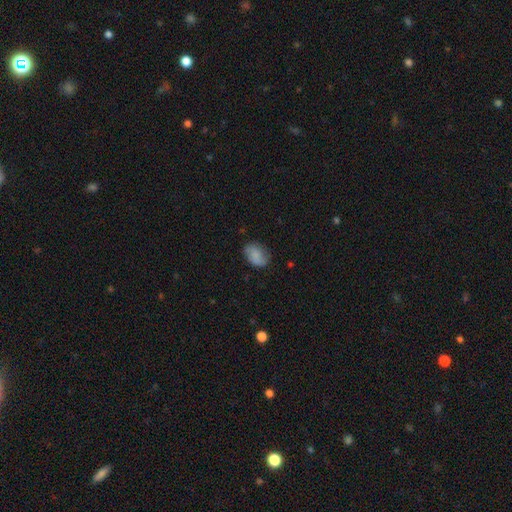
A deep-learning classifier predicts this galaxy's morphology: Smooth or featured?
  - smooth: 71% *
  - featured or disk: 21%
  - star or artifact: 8%
How rounded?
  - in between: 81% *
  - round: 17%
  - cigar-shaped: 1%
Merging?
  - none: 74% *
  - minor disturbance: 19%
  - major disturbance: 5%
  - merger: 1%